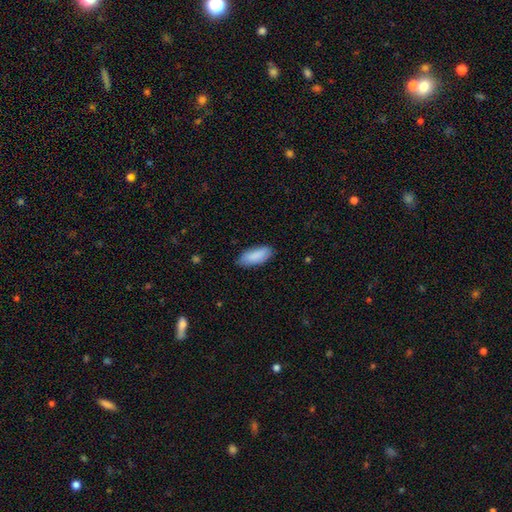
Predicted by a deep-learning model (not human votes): Smooth or featured: smooth — 89% (featured or disk — 6%)
How rounded: in between — 82% (cigar-shaped — 17%)
Merging: none — 83% (minor disturbance — 14%)